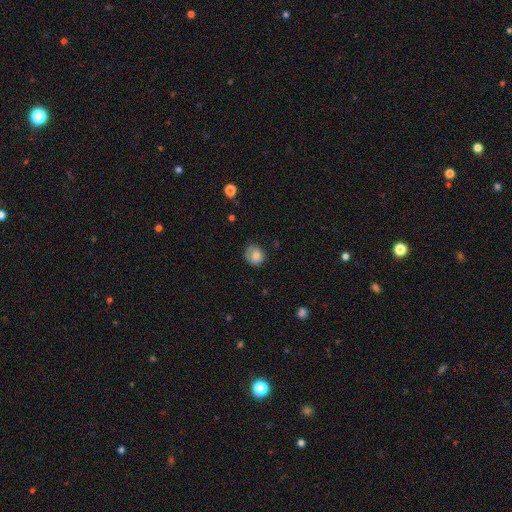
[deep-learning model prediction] Smooth or featured: smooth — 77% (featured or disk — 14%)
How rounded: round — 72% (in between — 27%)
Merging: none — 59% (minor disturbance — 28%)